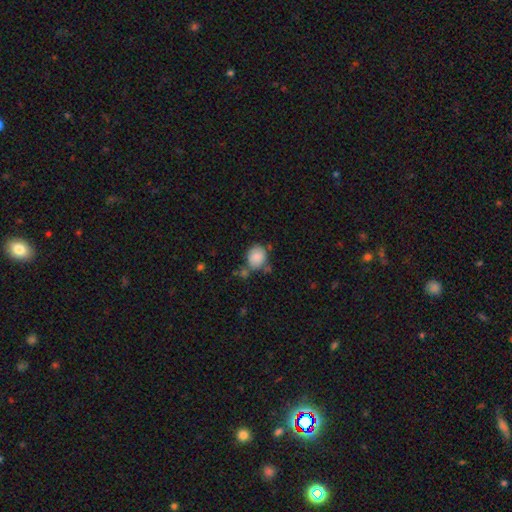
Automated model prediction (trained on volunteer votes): Morphology: type=smooth (84%); roundness=round (63%); merging=none (59%).